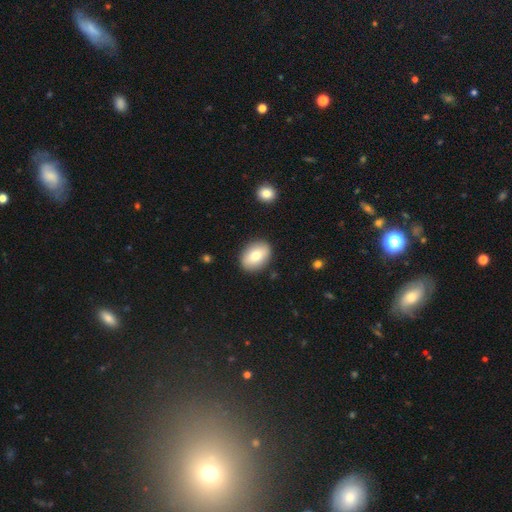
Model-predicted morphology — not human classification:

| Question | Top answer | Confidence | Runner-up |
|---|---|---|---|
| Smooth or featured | smooth | 78% | featured or disk (15%) |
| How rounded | in between | 81% | round (18%) |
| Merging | none | 87% | minor disturbance (9%) |